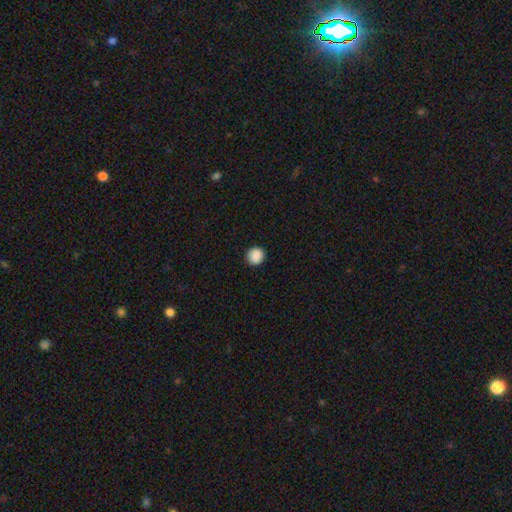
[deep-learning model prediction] The model was most divided on "how rounded": round: 89%, in between: 10%, cigar-shaped: 1%. More confident: merging — none (91%); smooth or featured — smooth (89%).